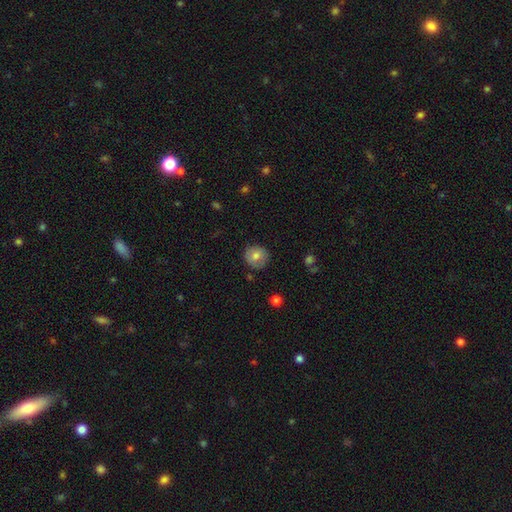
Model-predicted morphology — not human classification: type=smooth (72%); roundness=round (88%); merging=none (83%).